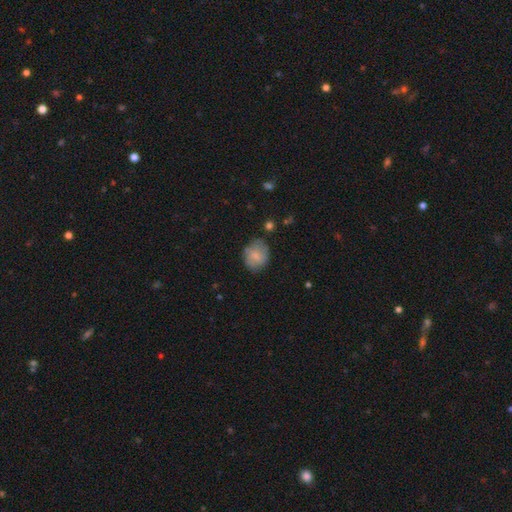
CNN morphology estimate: A smooth galaxy with no disk features (72%) that is round (62%).

Vote fractions:
- Smooth or featured? smooth: 72% / featured or disk: 21% / star or artifact: 7%
- How rounded? round: 62% / in between: 37% / cigar-shaped: 1%
- Merging? none: 71% / minor disturbance: 21% / major disturbance: 6% / merger: 2%